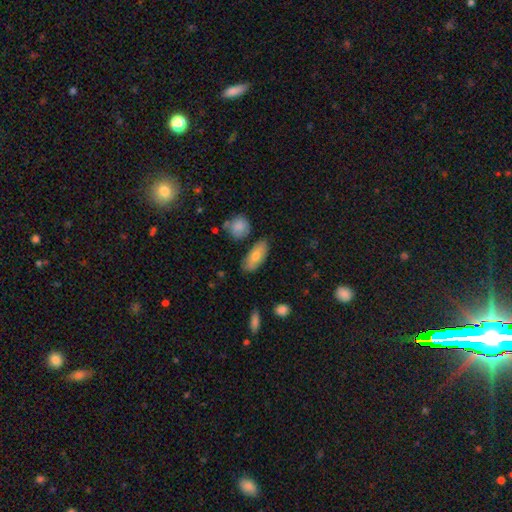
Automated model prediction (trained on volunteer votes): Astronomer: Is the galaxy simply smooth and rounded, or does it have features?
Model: smooth — 72%.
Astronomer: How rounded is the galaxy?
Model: in between — 81%.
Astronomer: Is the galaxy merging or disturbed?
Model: none — 78%.